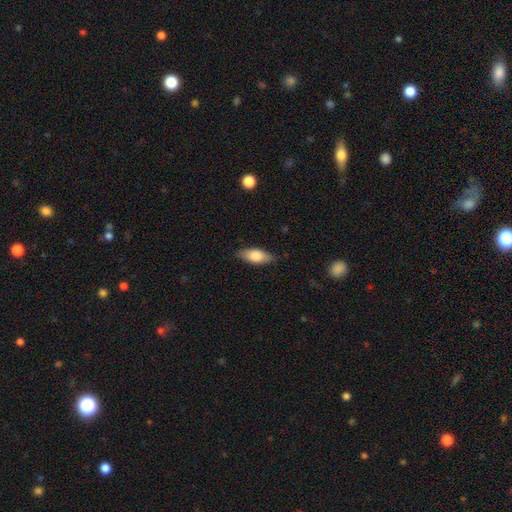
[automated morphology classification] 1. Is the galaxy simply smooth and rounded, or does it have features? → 78% smooth, 16% featured or disk, 6% star or artifact.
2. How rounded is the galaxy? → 82% in between, 16% cigar-shaped, 2% round.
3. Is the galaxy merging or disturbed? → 84% none, 13% minor disturbance, 2% major disturbance, 1% merger.